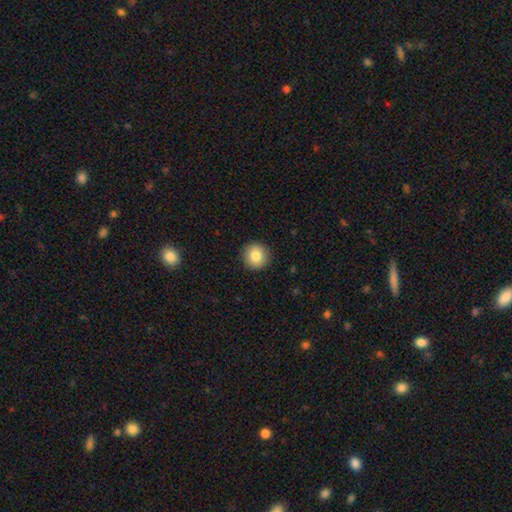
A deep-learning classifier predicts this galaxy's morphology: This appears to be a smooth galaxy with no disk features (83%) that is round (95%). Merging: none (92%).